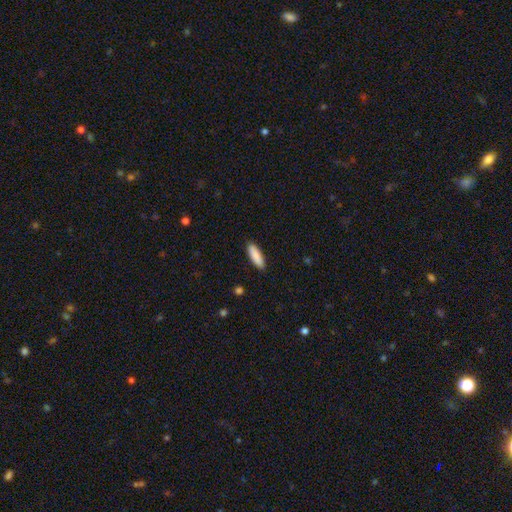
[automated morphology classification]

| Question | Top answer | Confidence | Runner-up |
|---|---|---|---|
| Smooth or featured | smooth | 89% | star or artifact (6%) |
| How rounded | in between | 52% | cigar-shaped (47%) |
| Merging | none | 89% | minor disturbance (8%) |